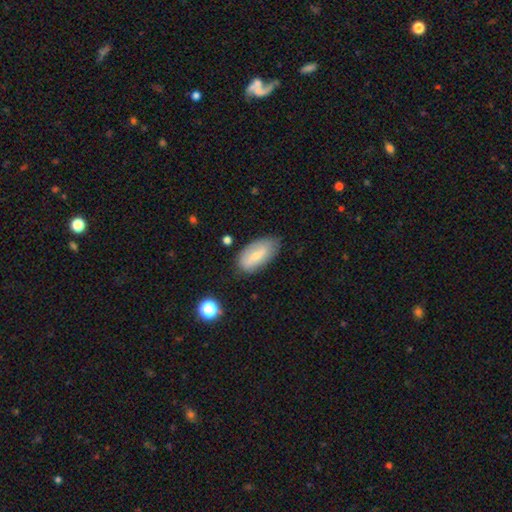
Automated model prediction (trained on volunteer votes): smooth 61%, featured or disk 31%, star or artifact 7%. Down the decision tree: how rounded — in between (90%); merging — none (71%).